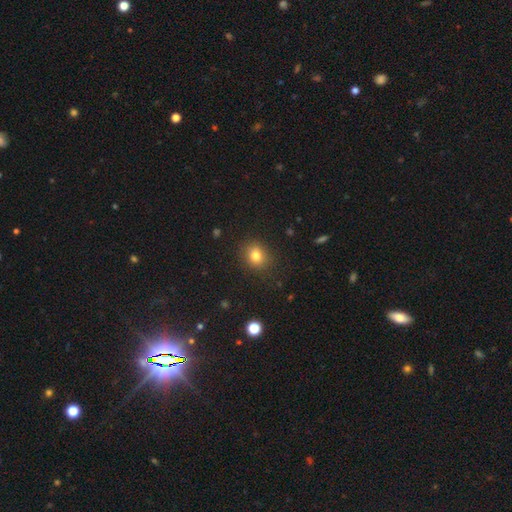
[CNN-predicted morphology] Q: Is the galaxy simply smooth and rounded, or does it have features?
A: smooth — 80%.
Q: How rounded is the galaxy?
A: round — 68%.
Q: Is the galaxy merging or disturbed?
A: none — 86%.